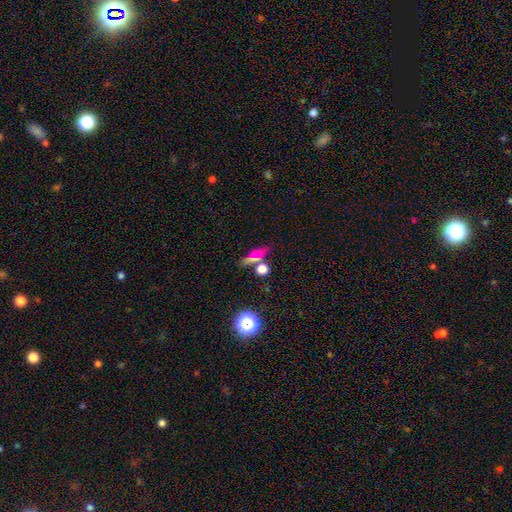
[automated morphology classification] Smooth or featured? smooth (58%)
How rounded? cigar-shaped (54%)
Merging? none (68%)